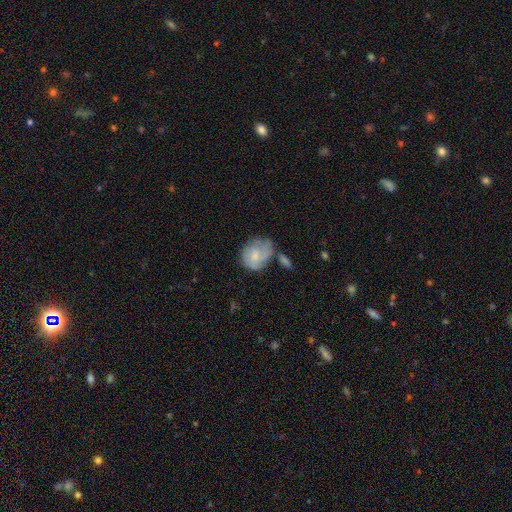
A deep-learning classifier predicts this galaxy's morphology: smooth_or_featured: smooth (p=0.62) [alt: featured or disk p=0.31]
how_rounded: round (p=0.51) [alt: in between p=0.48]
merging: none (p=0.37) [alt: minor disturbance p=0.29]